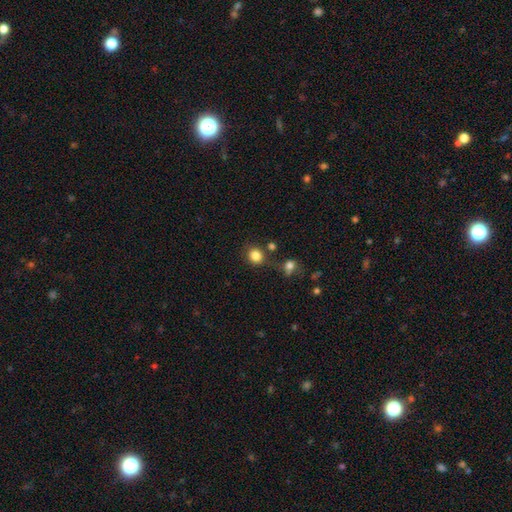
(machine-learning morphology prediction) A smooth galaxy with no disk features (84%) that is round (80%).

Vote fractions:
- Smooth or featured? smooth: 84% / star or artifact: 11% / featured or disk: 5%
- How rounded? round: 80% / in between: 19% / cigar-shaped: 1%
- Merging? none: 69% / minor disturbance: 13% / merger: 13% / major disturbance: 5%